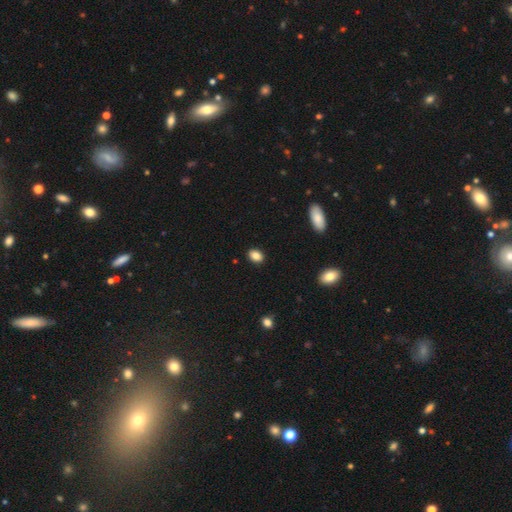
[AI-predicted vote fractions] A smooth galaxy with no disk features (86%) that is in between round and cigar-shaped (73%). Merging: none (89%).